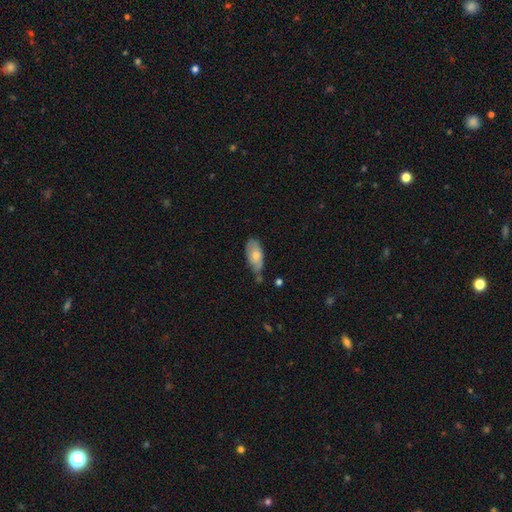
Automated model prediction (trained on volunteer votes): Smooth or featured?
  - smooth: 68% *
  - featured or disk: 26%
  - star or artifact: 6%
How rounded?
  - in between: 90% *
  - cigar-shaped: 7%
  - round: 3%
Merging?
  - none: 43% *
  - minor disturbance: 39%
  - major disturbance: 10%
  - merger: 8%